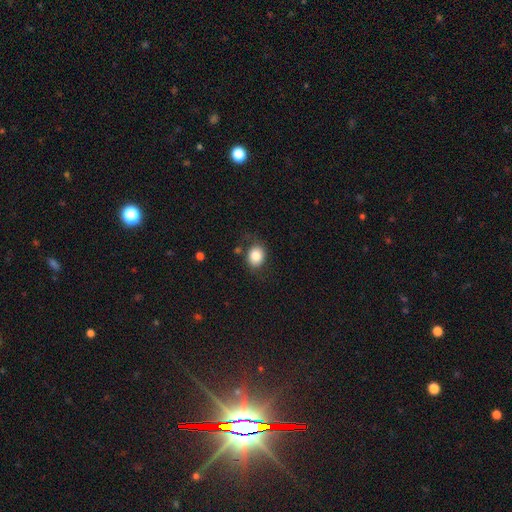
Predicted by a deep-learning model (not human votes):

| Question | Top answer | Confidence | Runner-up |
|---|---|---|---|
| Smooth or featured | smooth | 81% | featured or disk (10%) |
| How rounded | round | 56% | in between (43%) |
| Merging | none | 70% | minor disturbance (18%) |